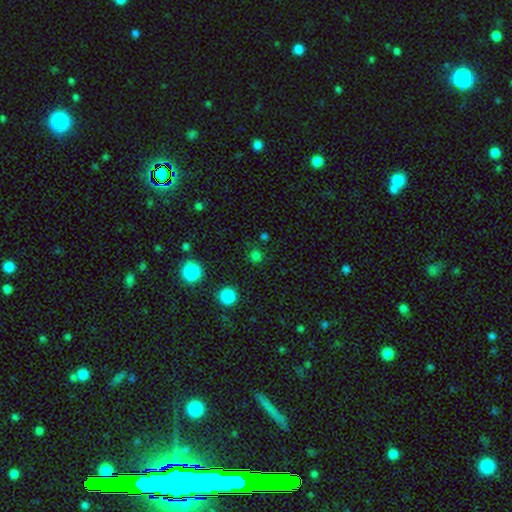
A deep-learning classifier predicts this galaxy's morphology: smooth 72%, star or artifact 24%, featured or disk 4%. Down the decision tree: how rounded — round (92%); merging — none (84%).